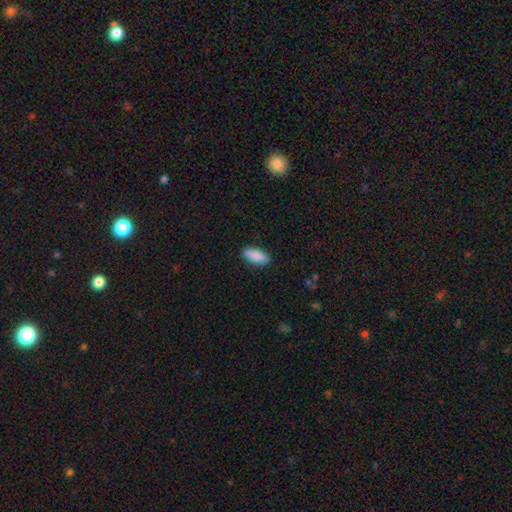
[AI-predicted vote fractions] The model was most divided on "how rounded": in between: 70%, cigar-shaped: 28%, round: 2%. More confident: smooth or featured — smooth (89%); merging — none (89%).